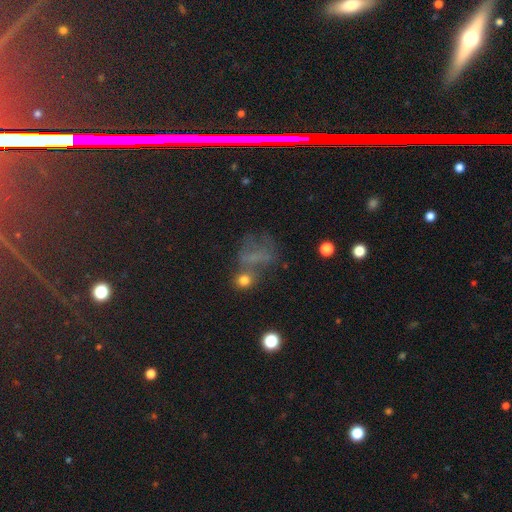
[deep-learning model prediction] This appears to be a star or artifact, not a galaxy (39%, tied with smooth).